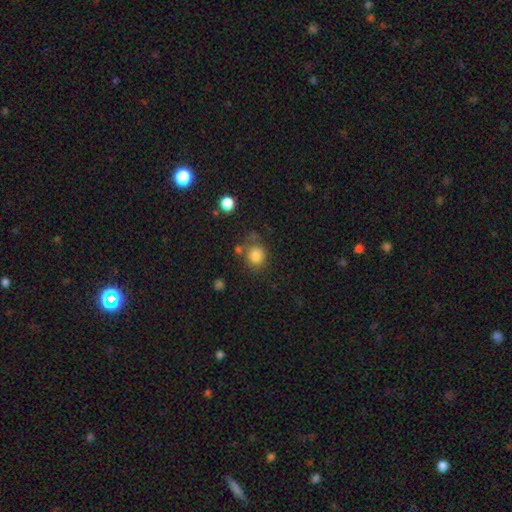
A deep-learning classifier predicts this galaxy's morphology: A smooth galaxy with no disk features (83%) that is round (82%). Merging: none (68%).